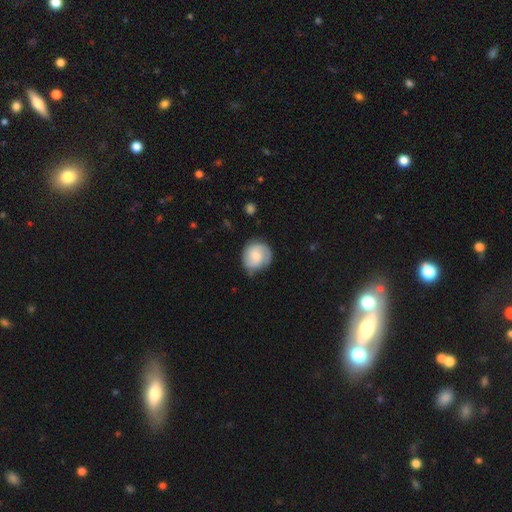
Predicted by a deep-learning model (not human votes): Smooth or featured? featured or disk (48%)
Merging? none (69%)